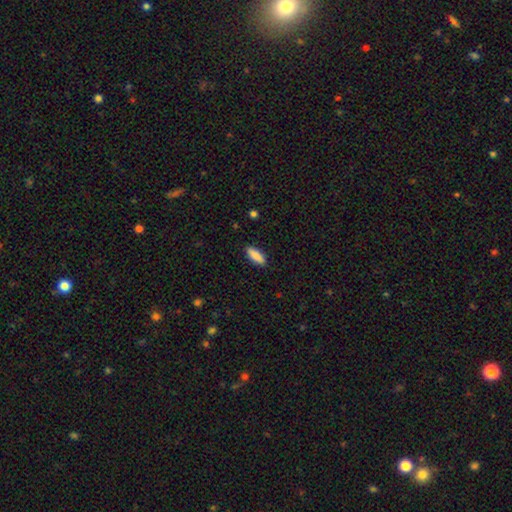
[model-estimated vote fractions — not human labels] Smooth or featured?
  - smooth: 87% *
  - featured or disk: 7%
  - star or artifact: 6%
How rounded?
  - in between: 61% *
  - cigar-shaped: 37%
  - round: 2%
Merging?
  - none: 89% *
  - minor disturbance: 8%
  - major disturbance: 2%
  - merger: 1%